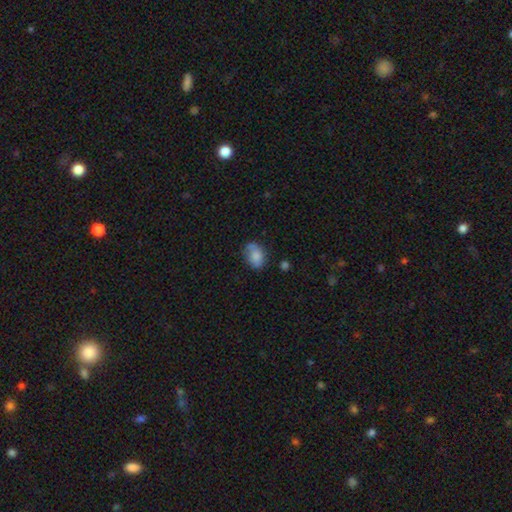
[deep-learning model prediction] Smooth or featured: smooth — 78% (featured or disk — 14%)
How rounded: in between — 72% (round — 27%)
Merging: none — 53% (minor disturbance — 27%)